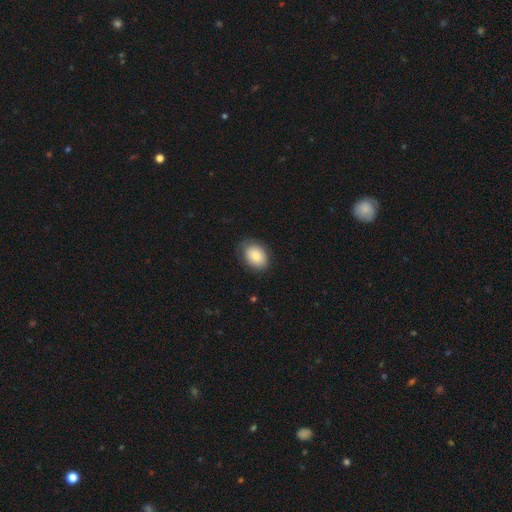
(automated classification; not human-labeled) Smooth or featured: smooth — 84% (featured or disk — 9%)
How rounded: in between — 78% (round — 21%)
Merging: none — 77% (minor disturbance — 18%)